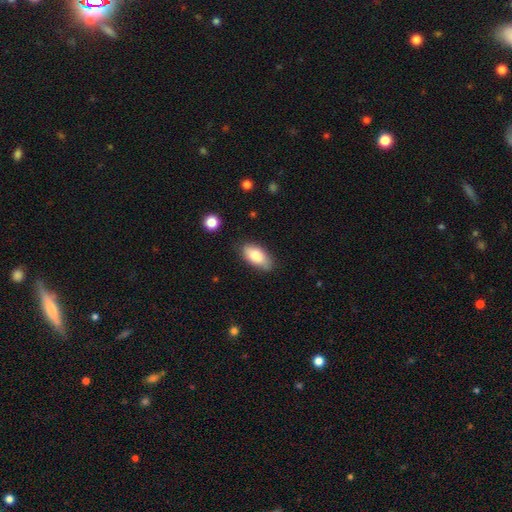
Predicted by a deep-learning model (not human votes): A smooth galaxy with no disk features (85%) that is in between round and cigar-shaped (91%). Merging: none (78%).